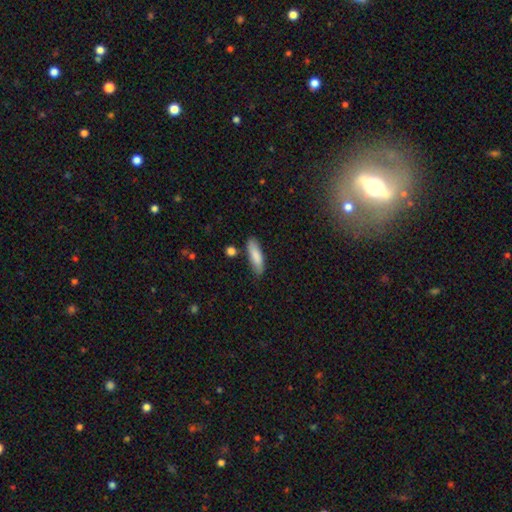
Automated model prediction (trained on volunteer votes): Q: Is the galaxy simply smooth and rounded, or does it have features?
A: smooth — 84%.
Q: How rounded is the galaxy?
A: cigar-shaped — 58%.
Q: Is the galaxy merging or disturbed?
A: none — 82%.